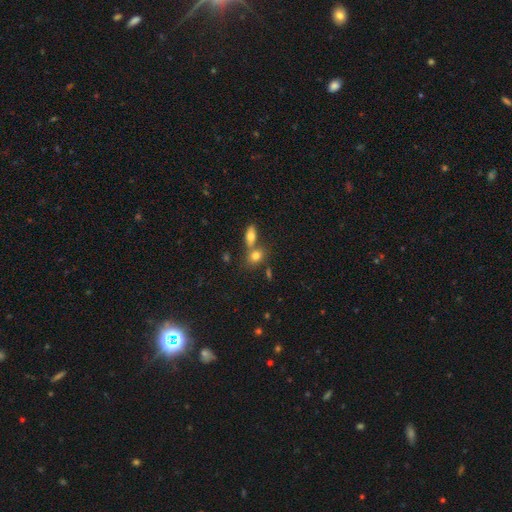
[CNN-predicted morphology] smooth 76%, featured or disk 13%, star or artifact 11%. Down the decision tree: how rounded — in between (67%); merging — merger (44%).